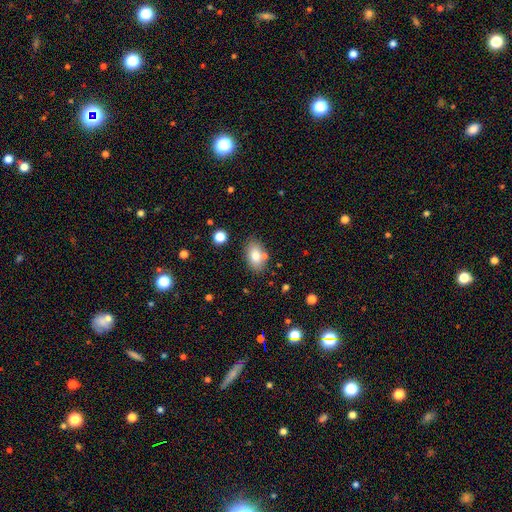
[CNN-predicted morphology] Overall: smooth (80%). How rounded: in between (90%). Merging: none (75%).